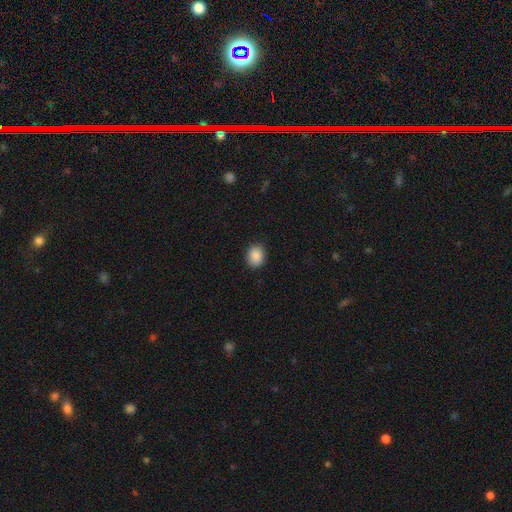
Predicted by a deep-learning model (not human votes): The model was most divided on "how rounded": round: 54%, in between: 45%, cigar-shaped: 1%. More confident: merging — none (89%); smooth or featured — smooth (88%).